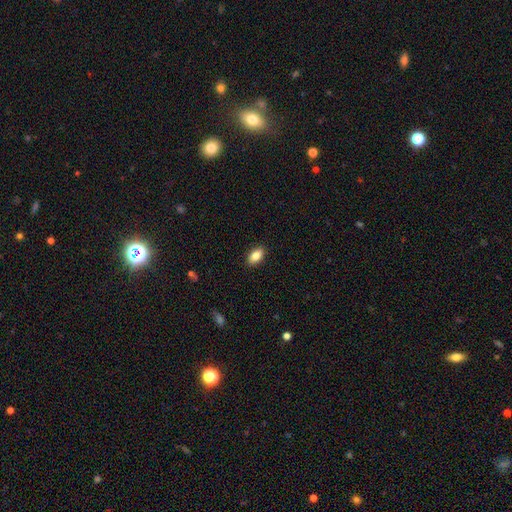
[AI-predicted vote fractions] Overall: smooth (85%). How rounded: in between (92%). Merging: none (89%).